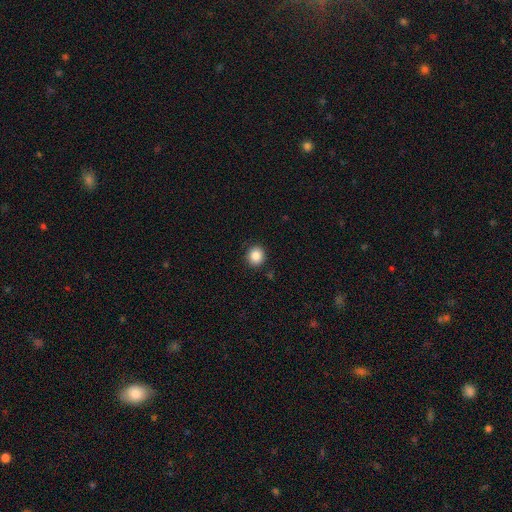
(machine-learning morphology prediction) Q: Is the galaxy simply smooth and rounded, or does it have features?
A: smooth — 86%.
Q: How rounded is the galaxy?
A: round — 88%.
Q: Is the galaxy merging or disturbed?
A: none — 90%.